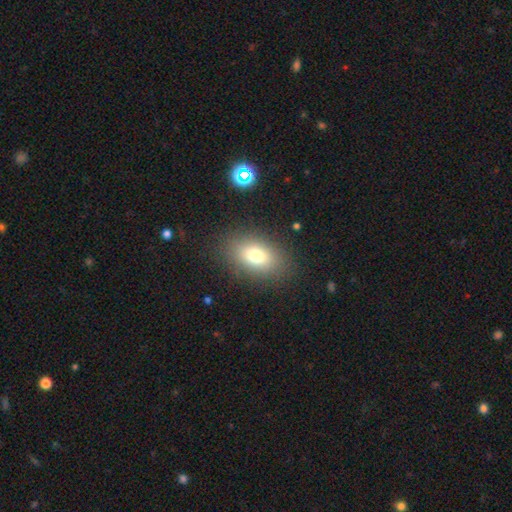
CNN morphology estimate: smooth-or-featured: smooth: 75% | featured or disk: 13% | star or artifact: 12%
  how-rounded: in between: 81% | round: 17% | cigar-shaped: 2%
  merging: none: 85% | minor disturbance: 9% | major disturbance: 4% | merger: 1%